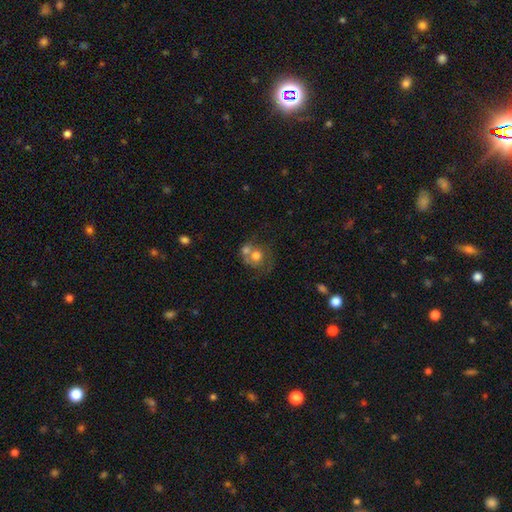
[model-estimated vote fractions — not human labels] Smooth or featured? smooth (55%)
How rounded? round (73%)
Merging? merger (50%)